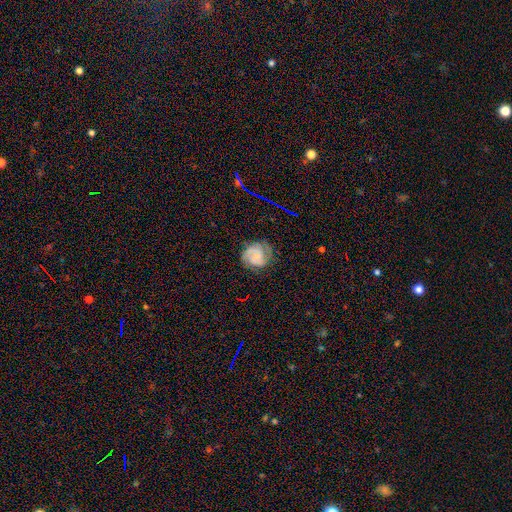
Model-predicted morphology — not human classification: A featured or disk galaxy (70%) with no bar (65%), 2 (56%) tight (52%) spiral arms (95%) and a small central bulge (51%).

Vote fractions:
- Smooth or featured? featured or disk: 70% / smooth: 21% / star or artifact: 9%
- Edge-on disk? no: 98% / yes: 2%
- Bar? no: 65% / weak: 30% / strong: 6%
- Spiral arms? yes: 95% / no: 5%
- Spiral winding? tight: 52% / medium: 39% / loose: 10%
- Spiral arm count? 2: 56% / 3: 17% / can't tell: 16% / 1: 5% / 4: 3% / more than 4: 3%
- Bulge size? small: 51% / none: 30% / moderate: 15% / large: 3% / dominant: 1%
- Merging? none: 72% / minor disturbance: 19% / major disturbance: 8% / merger: 1%